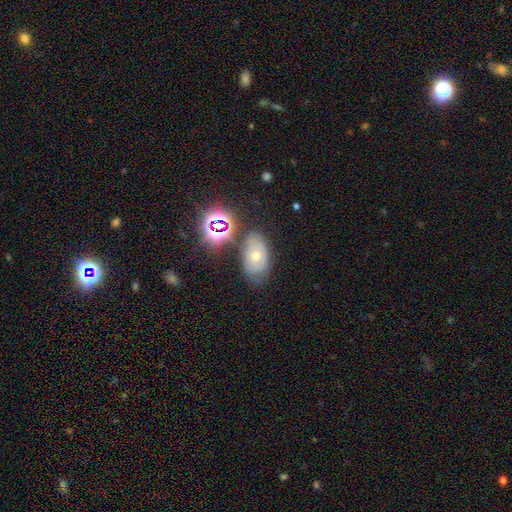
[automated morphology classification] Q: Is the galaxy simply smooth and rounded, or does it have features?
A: smooth — 40%.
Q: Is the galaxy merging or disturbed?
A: none — 71%.